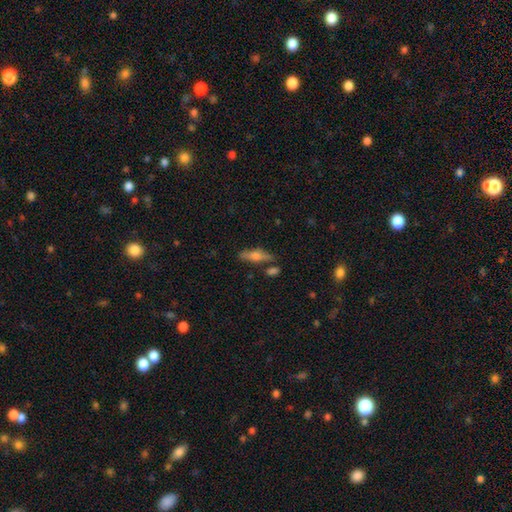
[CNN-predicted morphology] Q: Smooth or featured?
A: smooth (53%); runner-up: featured or disk (39%)
Q: How rounded?
A: cigar-shaped (57%); runner-up: in between (40%)
Q: Merging?
A: none (75%); runner-up: minor disturbance (14%)